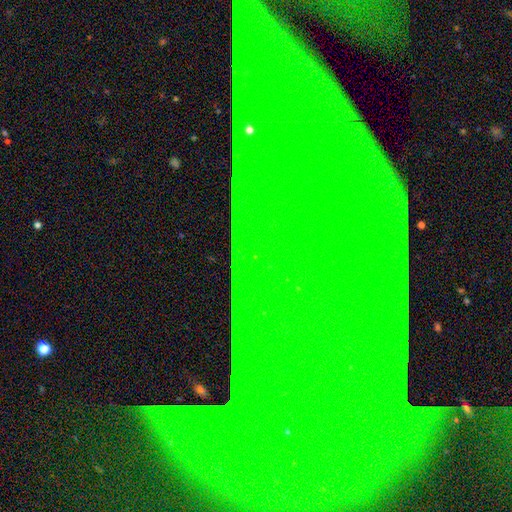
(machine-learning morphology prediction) Overall: star or artifact (86%).